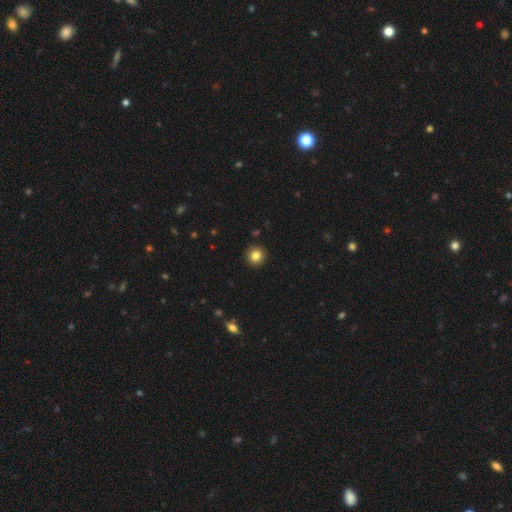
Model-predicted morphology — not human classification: Overall: smooth (83%). How rounded: round (93%). Merging: none (93%).